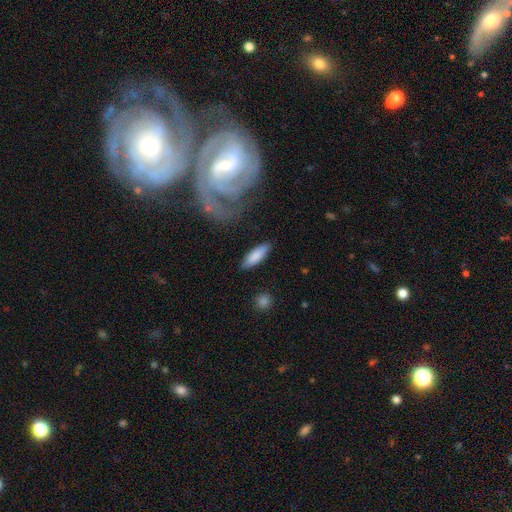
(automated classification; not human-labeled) Smooth or featured: smooth — 84% (featured or disk — 10%)
How rounded: in between — 49% (tied with cigar-shaped — 49%)
Merging: none — 85% (minor disturbance — 10%)